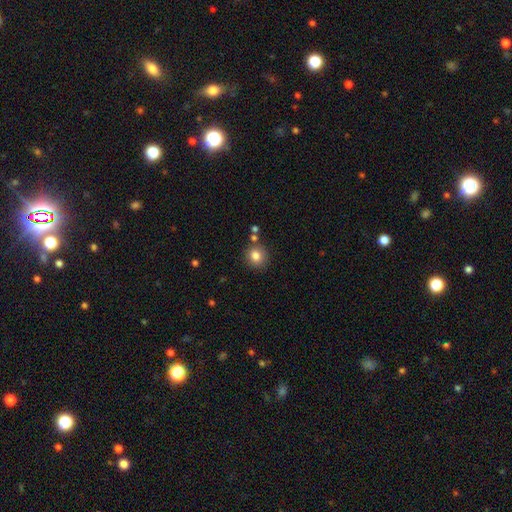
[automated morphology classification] smooth 81%, star or artifact 11%, featured or disk 7%. Down the decision tree: how rounded — round (87%); merging — none (81%).